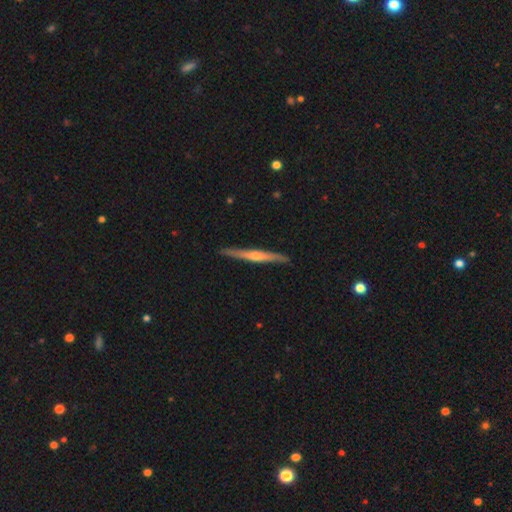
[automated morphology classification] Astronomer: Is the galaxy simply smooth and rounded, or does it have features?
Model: featured or disk — 73%.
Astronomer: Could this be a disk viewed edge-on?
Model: yes — 98%.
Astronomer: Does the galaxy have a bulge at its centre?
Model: rounded — 77%.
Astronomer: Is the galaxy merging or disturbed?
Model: none — 90%.